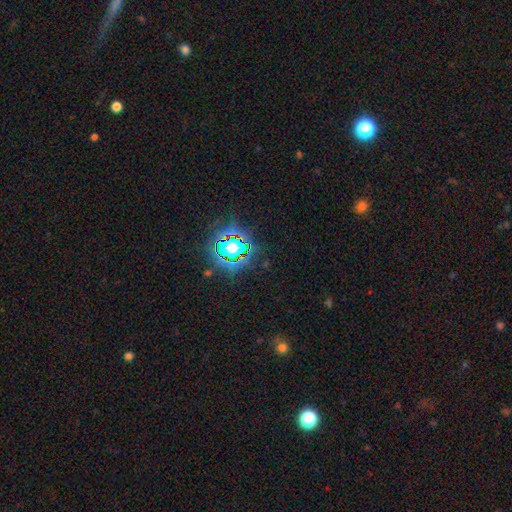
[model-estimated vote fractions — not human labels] smooth-or-featured: star or artifact: 79% | smooth: 14% | featured or disk: 7%